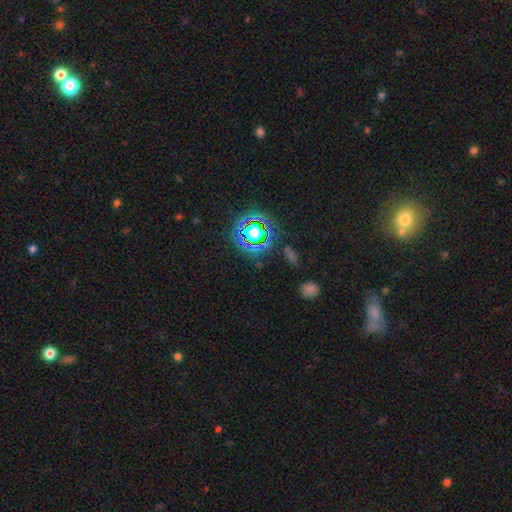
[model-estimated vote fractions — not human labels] A star or artifact, not a galaxy (77%).